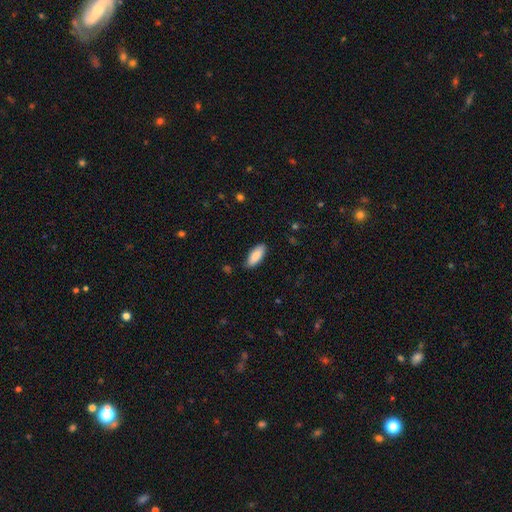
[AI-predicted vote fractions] Overall: smooth (87%). How rounded: in between (81%). Merging: none (84%).